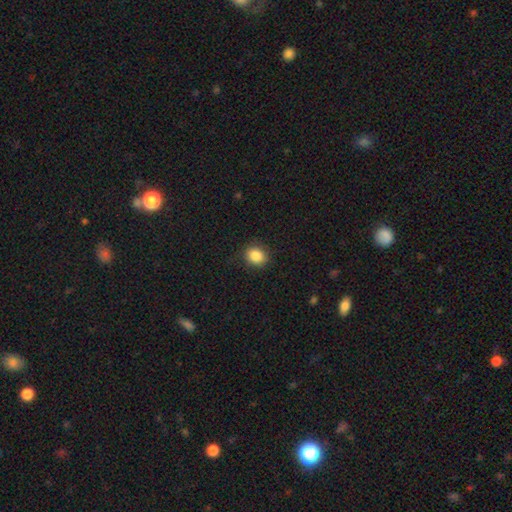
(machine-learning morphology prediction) smooth 86%, star or artifact 10%, featured or disk 4%. Down the decision tree: how rounded — round (66%); merging — none (87%).